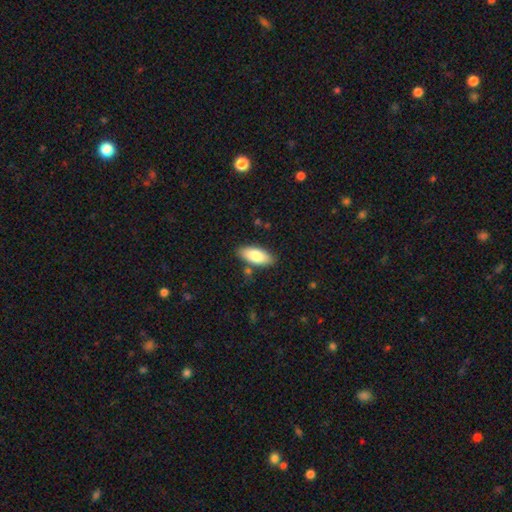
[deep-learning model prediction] smooth 81%, featured or disk 13%, star or artifact 6%. Down the decision tree: how rounded — in between (85%); merging — none (83%).